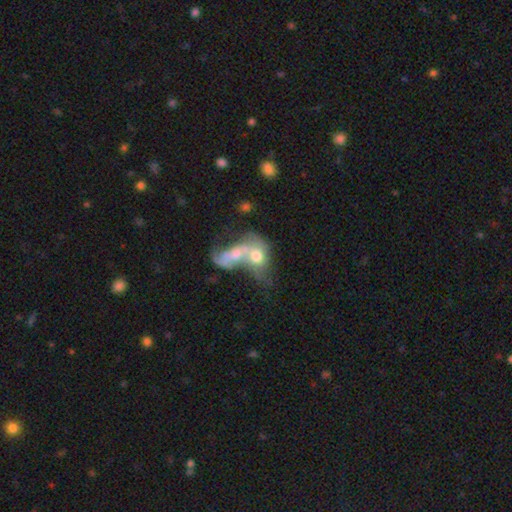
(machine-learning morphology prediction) This is possibly a smooth galaxy (48%). Merging: likely merger (77%).